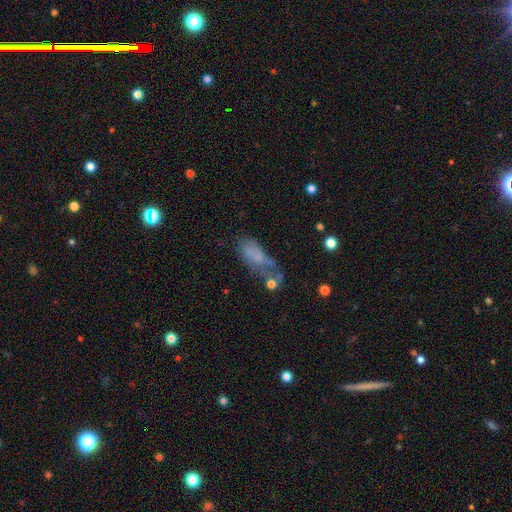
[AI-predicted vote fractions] Smooth or featured: smooth — 57% (featured or disk — 28%)
How rounded: in between — 80% (cigar-shaped — 16%)
Merging: major disturbance — 32% (none — 28%)